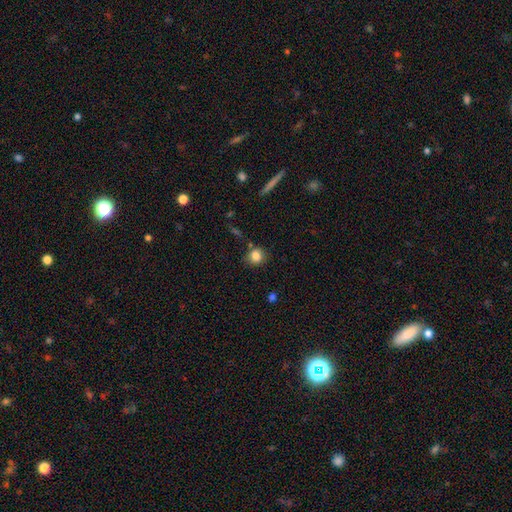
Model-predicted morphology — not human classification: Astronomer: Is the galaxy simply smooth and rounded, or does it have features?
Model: smooth — 83%.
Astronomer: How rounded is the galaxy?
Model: round — 81%.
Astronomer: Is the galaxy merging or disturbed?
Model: none — 76%.